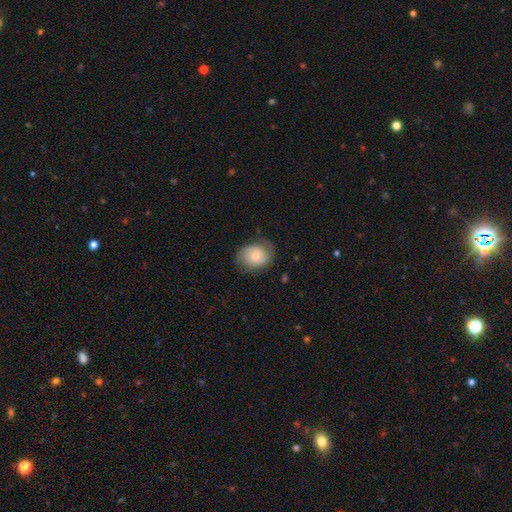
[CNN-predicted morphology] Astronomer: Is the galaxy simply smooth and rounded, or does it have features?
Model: featured or disk — 49% (runner-up: smooth, 44%).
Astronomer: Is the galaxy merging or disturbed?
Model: none — 70%.